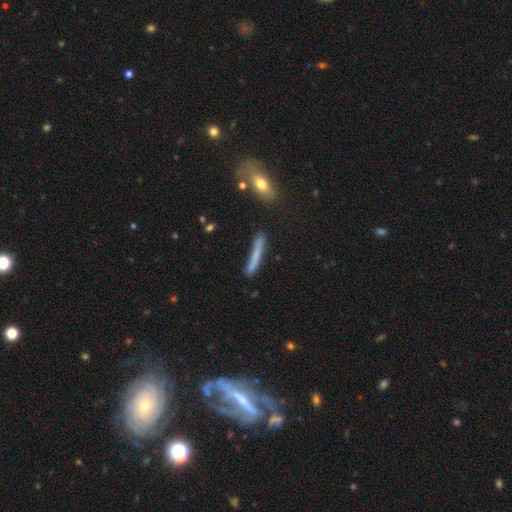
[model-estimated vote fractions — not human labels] Smooth or featured?
  - smooth: 68% *
  - featured or disk: 24%
  - star or artifact: 8%
How rounded?
  - cigar-shaped: 94% *
  - in between: 4%
  - round: 2%
Merging?
  - none: 73% *
  - minor disturbance: 18%
  - major disturbance: 5%
  - merger: 4%